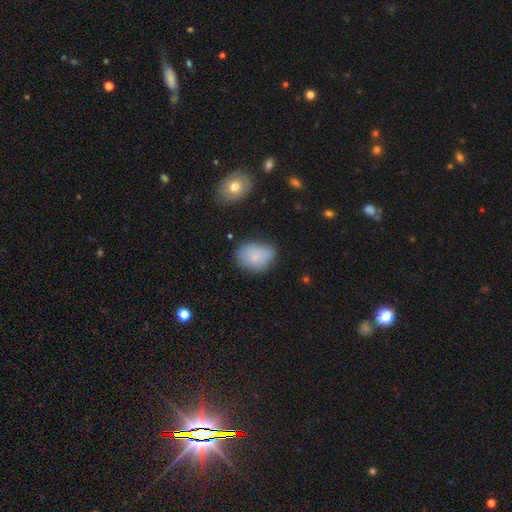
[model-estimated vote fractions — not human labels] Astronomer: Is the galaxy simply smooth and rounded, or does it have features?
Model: smooth — 78%.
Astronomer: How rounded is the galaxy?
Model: in between — 75%.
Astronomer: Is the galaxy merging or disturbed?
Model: none — 53% (runner-up: minor disturbance, 33%).